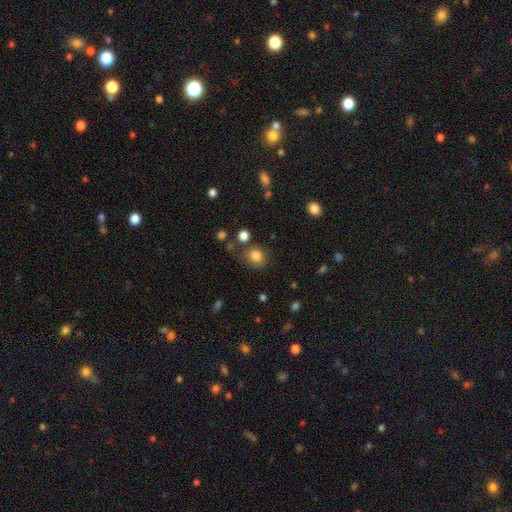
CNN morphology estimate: smooth_or_featured: smooth (p=0.83) [alt: star or artifact p=0.11]
how_rounded: round (p=0.75) [alt: in between p=0.24]
merging: none (p=0.74) [alt: minor disturbance p=0.15]